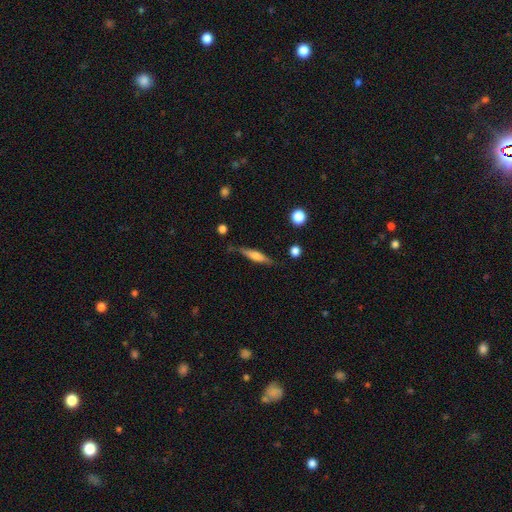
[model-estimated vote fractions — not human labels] This is possibly a featured or disk galaxy (47%). Merging: likely none (79%).